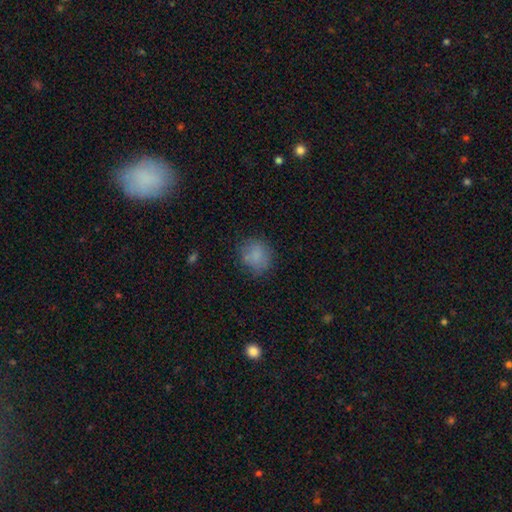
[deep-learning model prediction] This is likely a smooth galaxy (79%). How rounded: likely round (77%). Merging: likely none (71%).